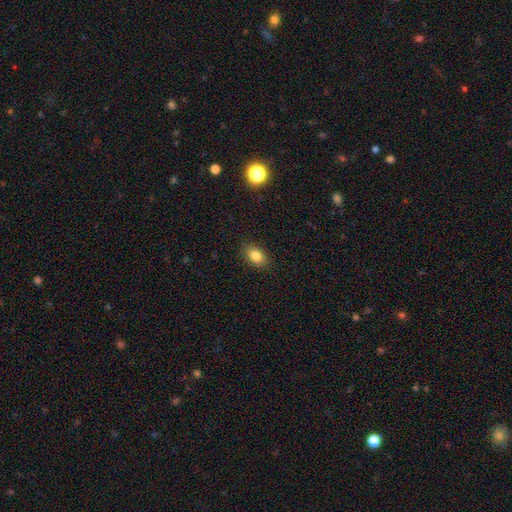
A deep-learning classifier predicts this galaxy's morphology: This appears to be a smooth galaxy with no disk features (81%) that is in between round and cigar-shaped (81%). Merging: none (87%).